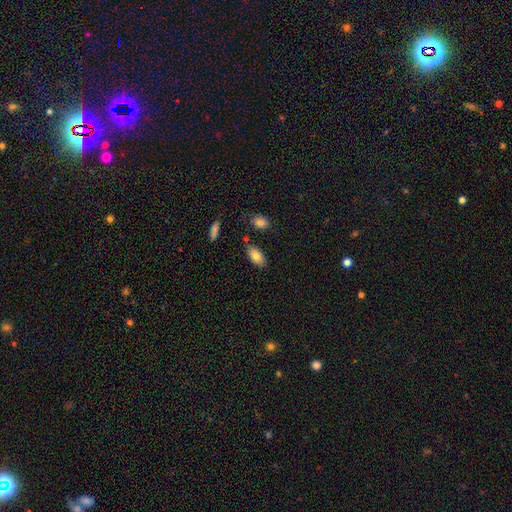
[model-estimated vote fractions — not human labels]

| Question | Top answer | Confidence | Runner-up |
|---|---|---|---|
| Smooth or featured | smooth | 81% | featured or disk (12%) |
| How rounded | in between | 91% | cigar-shaped (6%) |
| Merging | none | 82% | minor disturbance (12%) |